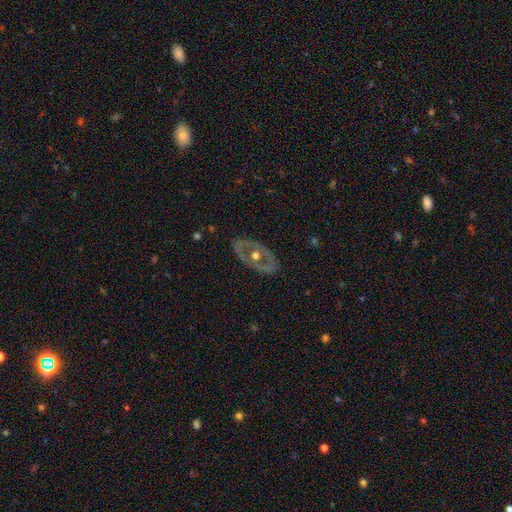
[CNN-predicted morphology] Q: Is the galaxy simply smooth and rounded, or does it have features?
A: featured or disk — 66%.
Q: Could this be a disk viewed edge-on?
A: no — 89%.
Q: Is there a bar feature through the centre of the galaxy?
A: no — 89%.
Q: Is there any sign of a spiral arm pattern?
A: no — 87%.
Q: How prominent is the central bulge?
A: moderate — 78%.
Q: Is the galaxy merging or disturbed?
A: none — 79%.